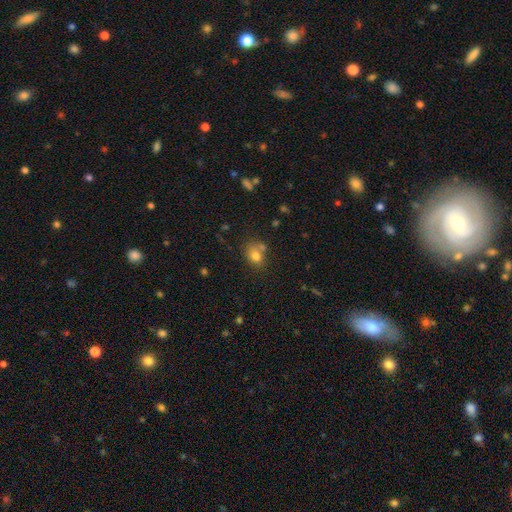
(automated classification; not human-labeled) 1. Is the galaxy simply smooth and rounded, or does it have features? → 77% smooth, 12% star or artifact, 11% featured or disk.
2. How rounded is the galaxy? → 52% round, 47% in between, 1% cigar-shaped.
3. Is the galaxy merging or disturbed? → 53% none, 22% merger, 18% minor disturbance, 7% major disturbance.